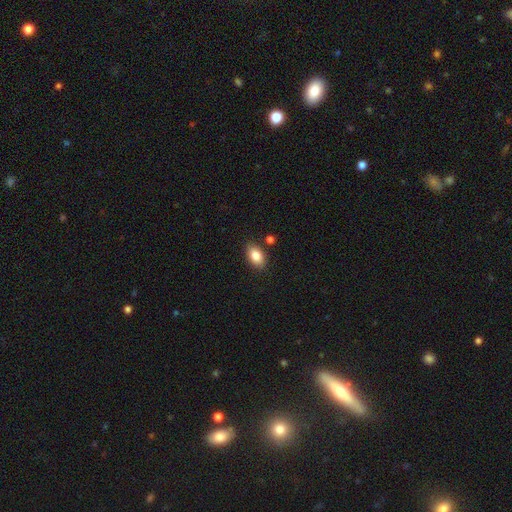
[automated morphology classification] smooth 84%, featured or disk 8%, star or artifact 8%. Down the decision tree: how rounded — in between (90%); merging — none (84%).